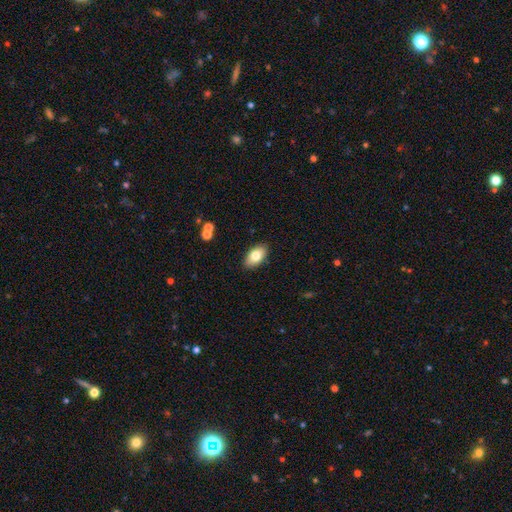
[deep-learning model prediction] Smooth or featured?
  - smooth: 78% *
  - featured or disk: 14%
  - star or artifact: 7%
How rounded?
  - in between: 92% *
  - round: 5%
  - cigar-shaped: 2%
Merging?
  - none: 87% *
  - minor disturbance: 9%
  - major disturbance: 2%
  - merger: 1%